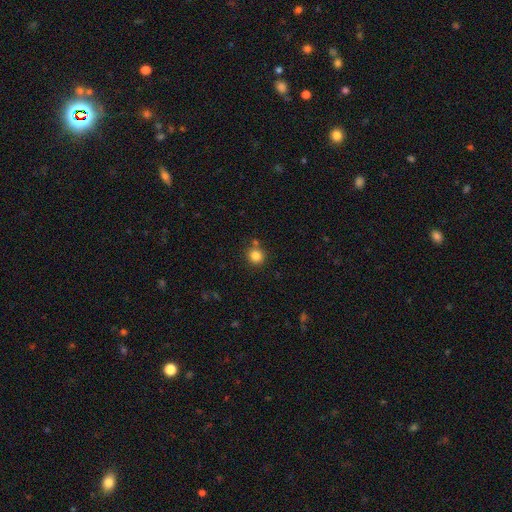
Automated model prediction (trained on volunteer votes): Q: Smooth or featured?
A: smooth (84%); runner-up: star or artifact (11%)
Q: How rounded?
A: round (91%); runner-up: in between (8%)
Q: Merging?
A: none (78%); runner-up: merger (10%)